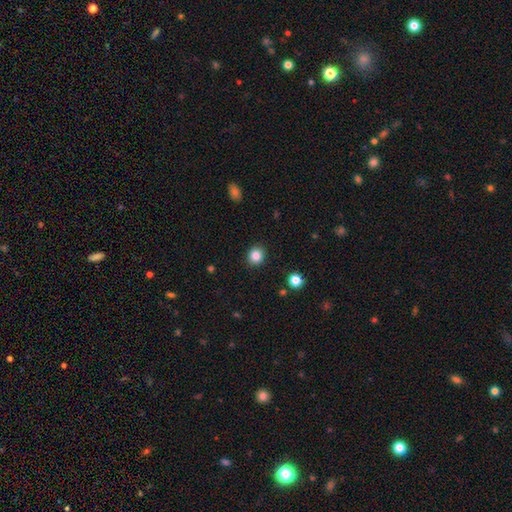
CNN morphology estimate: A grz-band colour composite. It shows a smooth galaxy with no disk features (85%) that is round (84%). Merging: none (91%).